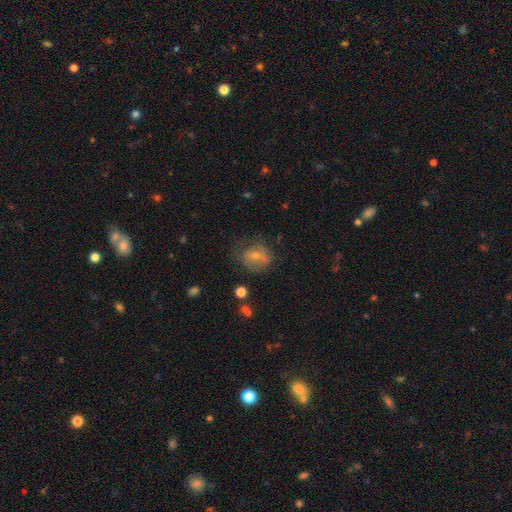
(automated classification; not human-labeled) Smooth or featured?
  - smooth: 49% *
  - featured or disk: 32%
  - star or artifact: 19%
Merging?
  - none: 59% *
  - minor disturbance: 23%
  - major disturbance: 14%
  - merger: 4%